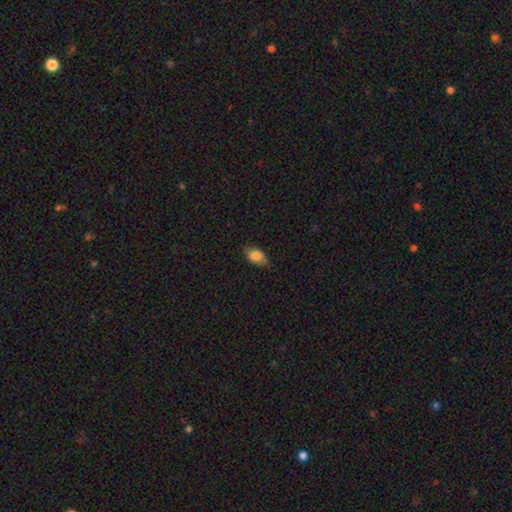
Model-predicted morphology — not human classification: Overall: smooth (84%). How rounded: in between (88%). Merging: none (72%).